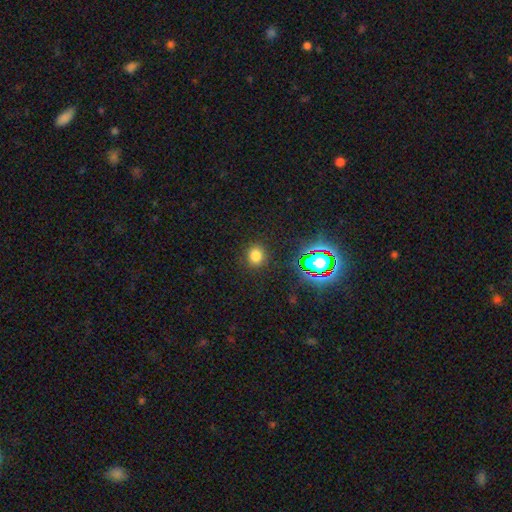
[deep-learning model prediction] smooth-or-featured: smooth: 75% | star or artifact: 20% | featured or disk: 6%
  how-rounded: round: 75% | in between: 23% | cigar-shaped: 1%
  merging: none: 88% | minor disturbance: 8% | major disturbance: 3% | merger: 1%